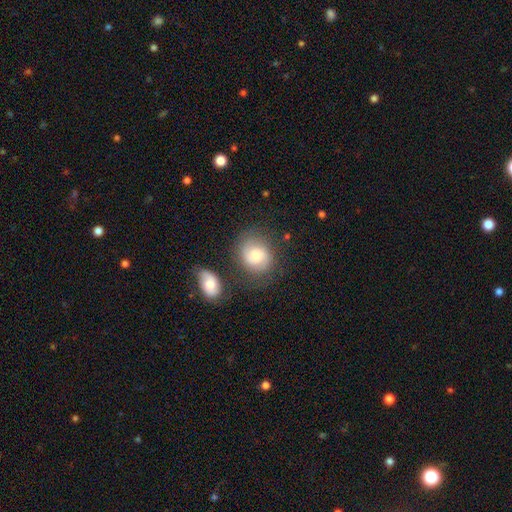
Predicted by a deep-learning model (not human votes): smooth-or-featured: smooth: 54% | featured or disk: 37% | star or artifact: 9%
  how-rounded: round: 65% | in between: 34% | cigar-shaped: 1%
  merging: none: 66% | minor disturbance: 17% | merger: 9% | major disturbance: 8%